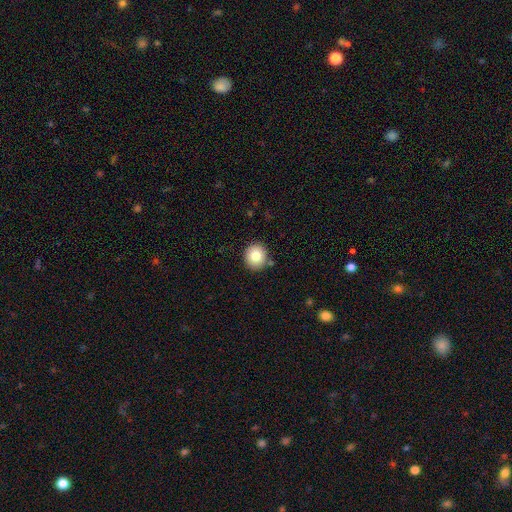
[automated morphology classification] Smooth or featured?
  - smooth: 82% *
  - star or artifact: 9%
  - featured or disk: 9%
How rounded?
  - round: 89% *
  - in between: 10%
  - cigar-shaped: 1%
Merging?
  - none: 86% *
  - minor disturbance: 8%
  - merger: 4%
  - major disturbance: 2%